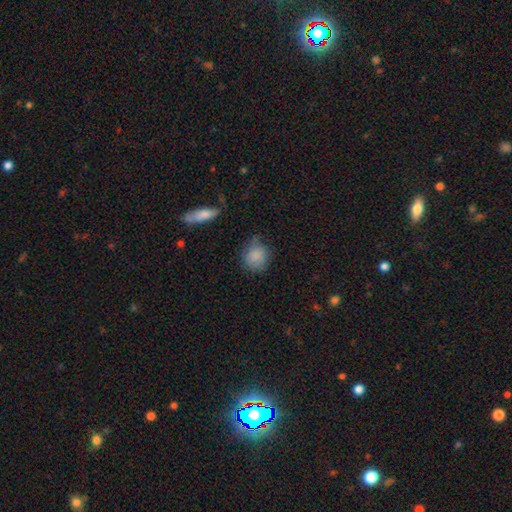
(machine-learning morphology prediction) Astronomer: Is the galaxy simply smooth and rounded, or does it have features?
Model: smooth — 85%.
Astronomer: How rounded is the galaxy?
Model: round — 81%.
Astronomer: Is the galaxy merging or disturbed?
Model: none — 68%.